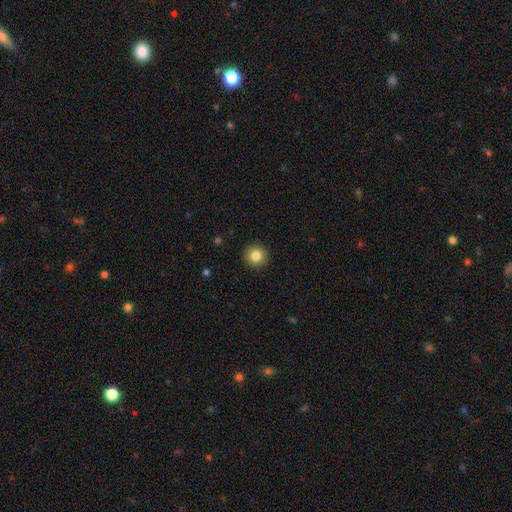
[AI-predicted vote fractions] smooth-or-featured: smooth: 83% | star or artifact: 9% | featured or disk: 8%
  how-rounded: round: 94% | in between: 5% | cigar-shaped: 1%
  merging: none: 92% | minor disturbance: 6% | major disturbance: 2% | merger: 1%